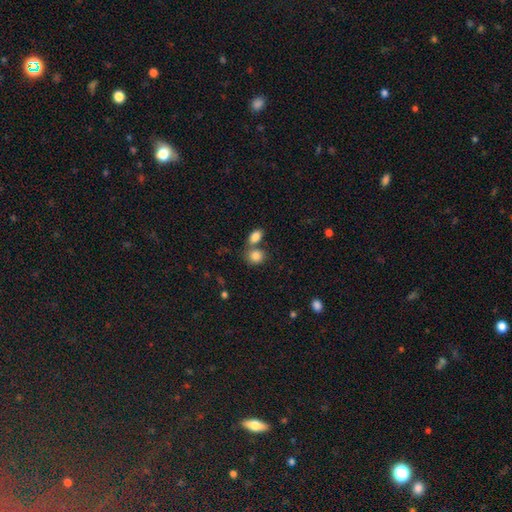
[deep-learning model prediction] smooth-or-featured: smooth: 84% | star or artifact: 9% | featured or disk: 7%
  how-rounded: round: 58% | in between: 40% | cigar-shaped: 1%
  merging: none: 46% | merger: 41% | minor disturbance: 9% | major disturbance: 3%